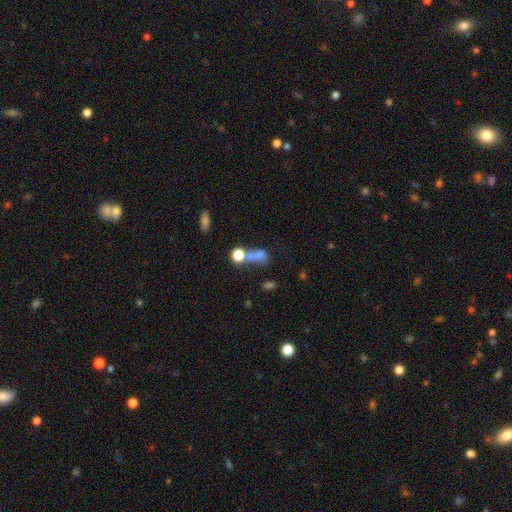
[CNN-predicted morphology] A smooth galaxy with no disk features (67%) that is round (57%). Merging: merger (49%).